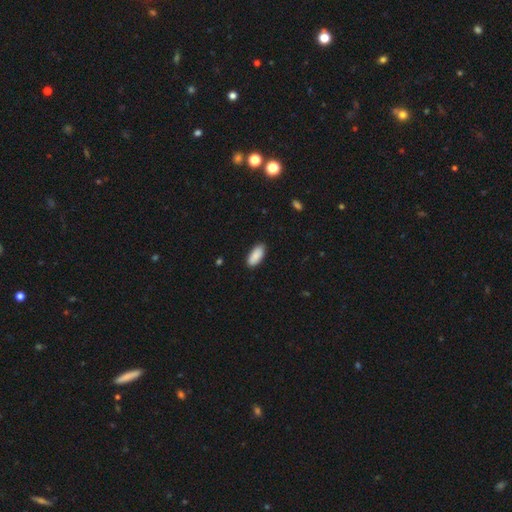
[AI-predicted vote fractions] Smooth or featured: smooth — 88% (featured or disk — 6%)
How rounded: in between — 89% (cigar-shaped — 10%)
Merging: none — 87% (minor disturbance — 10%)